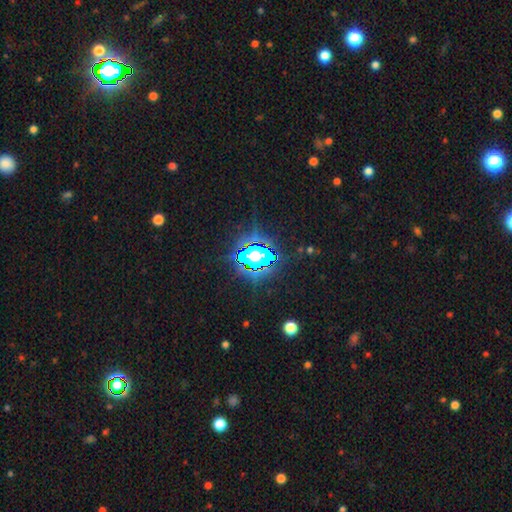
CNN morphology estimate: The model was most divided on "smooth or featured": star or artifact: 82%, smooth: 11%, featured or disk: 7%.